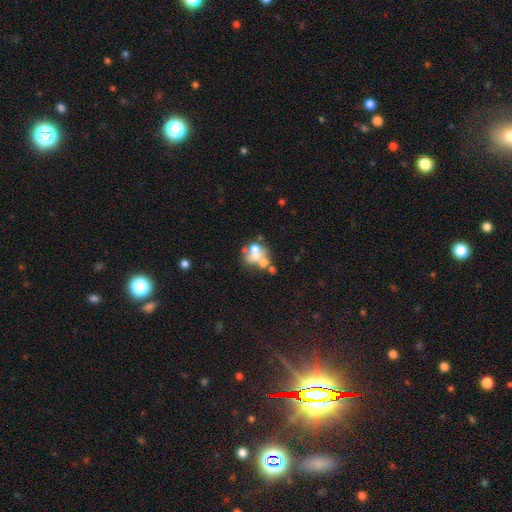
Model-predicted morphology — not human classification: Smooth or featured? Predicted: smooth (p=0.43). Merging? Predicted: merger (p=0.49).